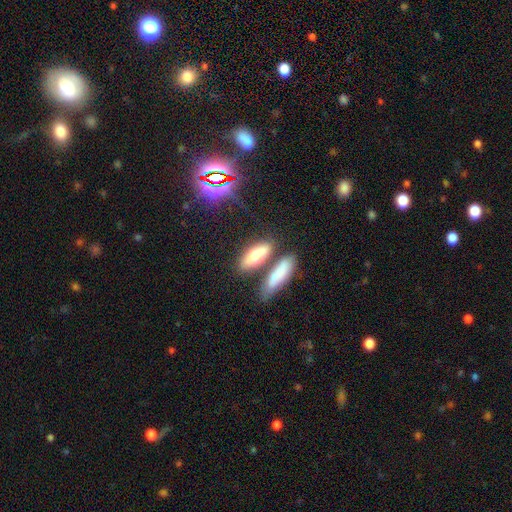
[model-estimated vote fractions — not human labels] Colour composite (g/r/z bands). It shows a smooth galaxy with no disk features (72%) that is in between round and cigar-shaped (66%). Merging: none (59%).